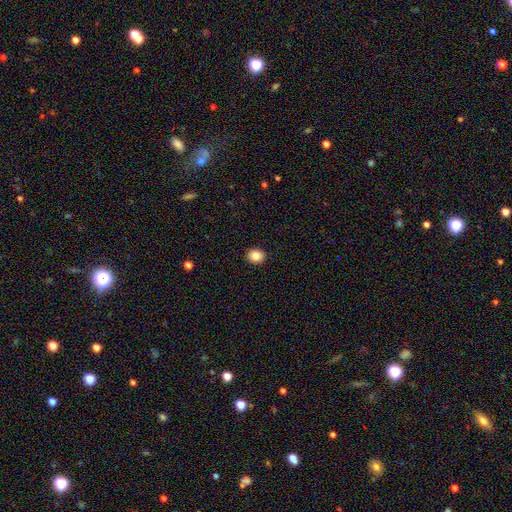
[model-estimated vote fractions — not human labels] smooth_or_featured: smooth (p=0.84) [alt: star or artifact p=0.10]
how_rounded: round (p=0.69) [alt: in between p=0.30]
merging: none (p=0.92) [alt: minor disturbance p=0.06]